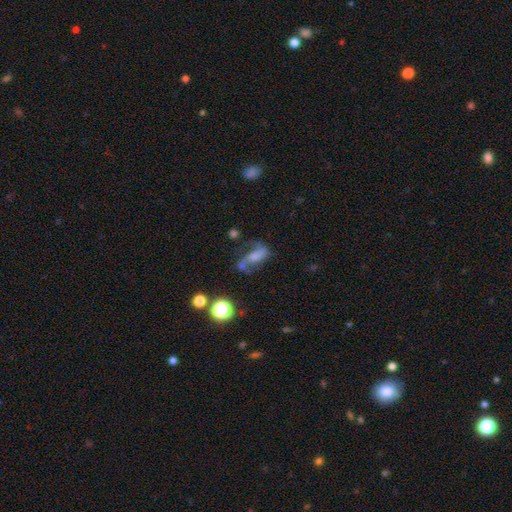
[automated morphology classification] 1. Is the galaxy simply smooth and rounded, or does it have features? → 54% featured or disk, 32% smooth, 15% star or artifact.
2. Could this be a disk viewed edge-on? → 91% no, 9% yes.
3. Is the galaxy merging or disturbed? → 40% none, 25% major disturbance, 21% minor disturbance, 14% merger.